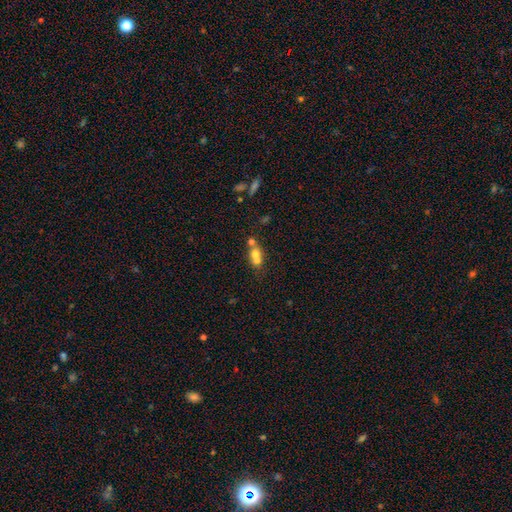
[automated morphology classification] Q: Smooth or featured?
A: smooth (63%); runner-up: featured or disk (23%)
Q: How rounded?
A: round (65%); runner-up: in between (32%)
Q: Merging?
A: merger (60%); runner-up: none (29%)